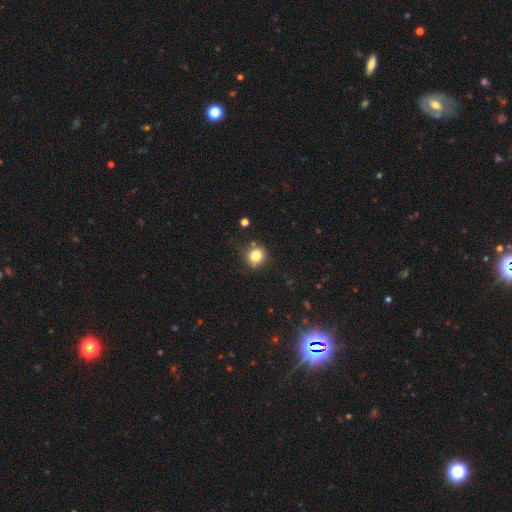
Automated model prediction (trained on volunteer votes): Smooth or featured? smooth (82%)
How rounded? round (83%)
Merging? none (74%)